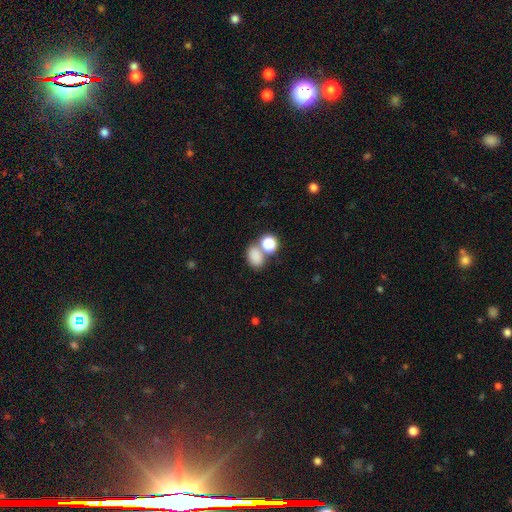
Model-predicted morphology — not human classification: smooth_or_featured: smooth (p=0.80) [alt: star or artifact p=0.13]
how_rounded: in between (p=0.71) [alt: round p=0.27]
merging: none (p=0.53) [alt: merger p=0.30]